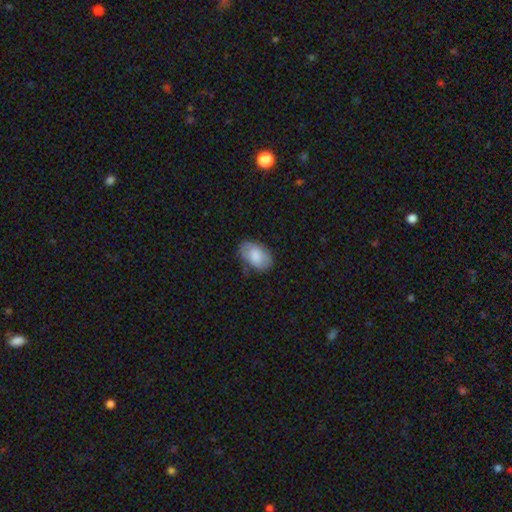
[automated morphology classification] Overall: smooth (80%). How rounded: in between (92%). Merging: none (69%).